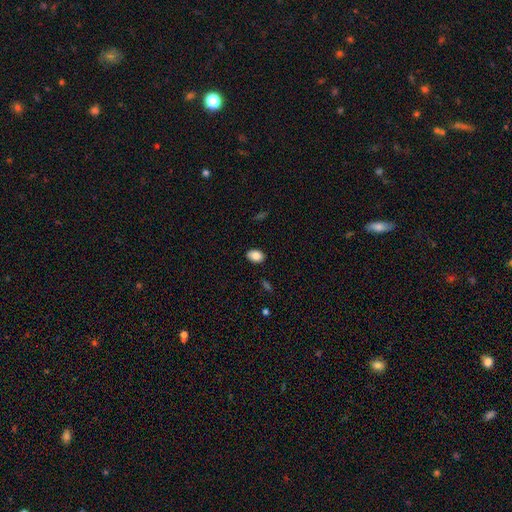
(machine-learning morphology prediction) Overall: smooth (85%). How rounded: in between (83%). Merging: none (87%).